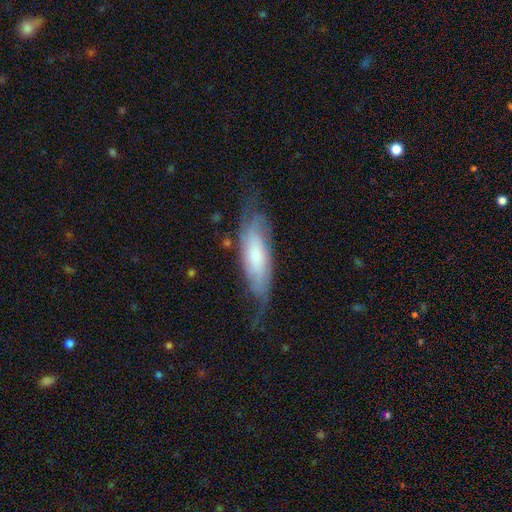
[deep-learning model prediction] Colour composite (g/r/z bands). It shows a featured or disk galaxy (64%). Merging: none (59%).